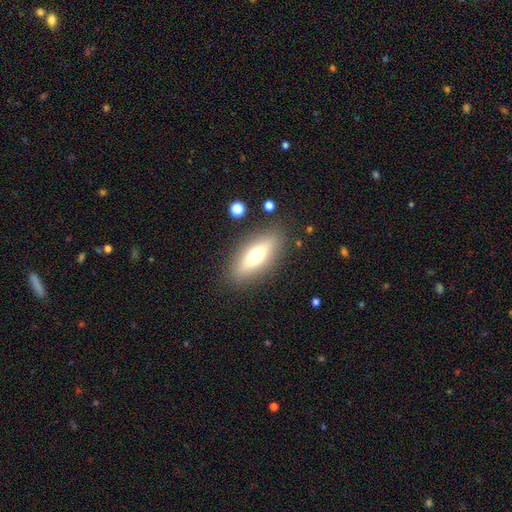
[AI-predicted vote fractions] smooth_or_featured: smooth (p=0.57) [alt: featured or disk p=0.34]
how_rounded: in between (p=0.63) [alt: cigar-shaped p=0.33]
merging: none (p=0.85) [alt: minor disturbance p=0.09]